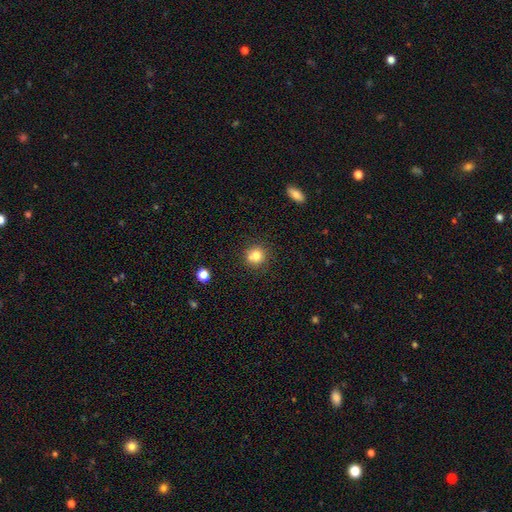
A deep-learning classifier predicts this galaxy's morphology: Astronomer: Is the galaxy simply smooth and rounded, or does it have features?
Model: smooth — 79%.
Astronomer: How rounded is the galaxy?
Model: round — 88%.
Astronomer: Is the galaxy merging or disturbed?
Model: none — 72%.